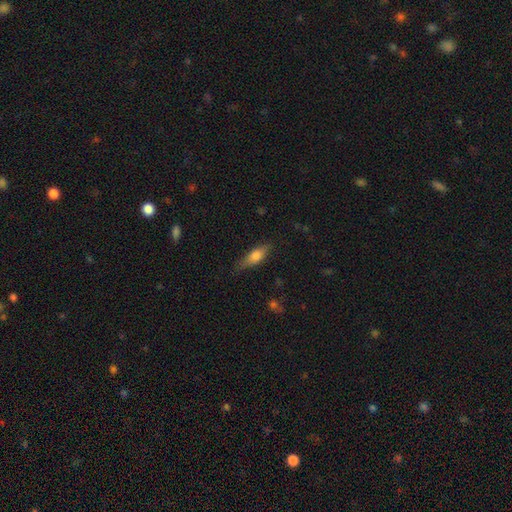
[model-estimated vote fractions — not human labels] Q: Smooth or featured?
A: smooth (65%); runner-up: featured or disk (28%)
Q: How rounded?
A: in between (58%); runner-up: cigar-shaped (39%)
Q: Merging?
A: none (74%); runner-up: minor disturbance (20%)